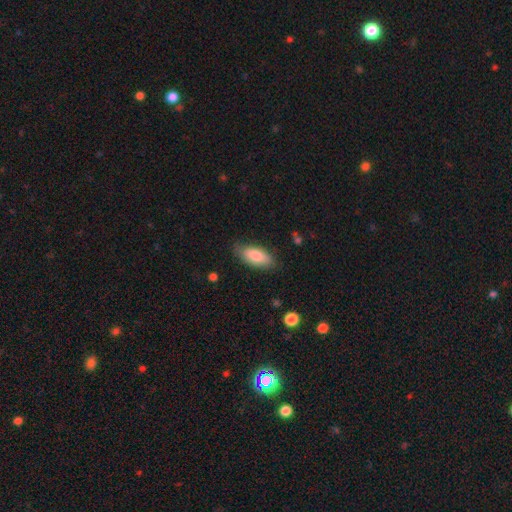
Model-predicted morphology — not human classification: A smooth galaxy with no disk features (80%) that is in between round and cigar-shaped (87%). Merging: none (78%).